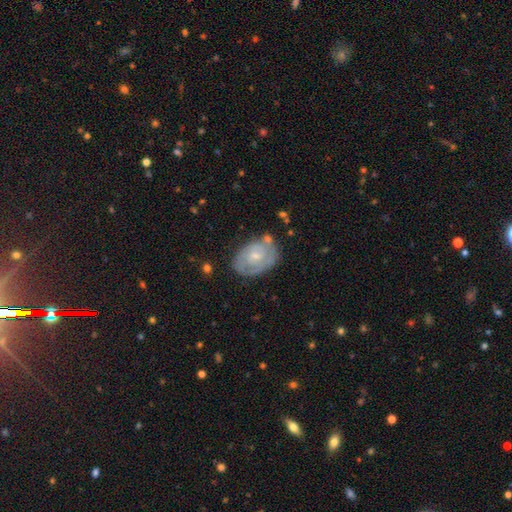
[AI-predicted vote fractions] This appears to be a featured or disk galaxy (65%) with no bar (69%), spiral arms (75%) and a small central bulge (58%). Merging: none (65%).